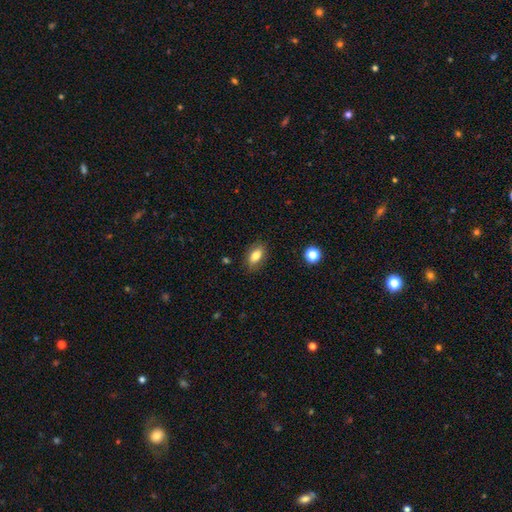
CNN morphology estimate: The model was most divided on "smooth or featured": smooth: 78%, featured or disk: 13%, star or artifact: 8%. More confident: how rounded — in between (87%); merging — none (84%).